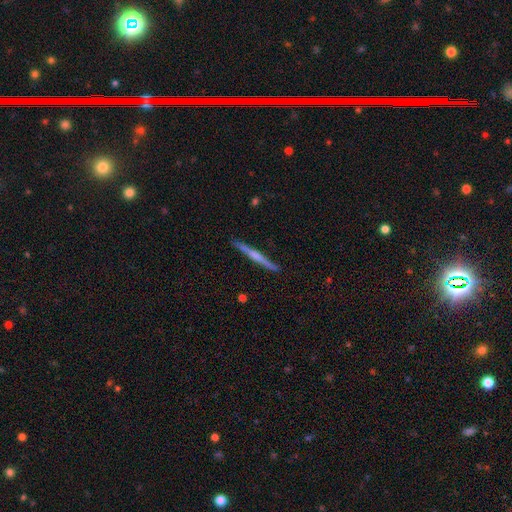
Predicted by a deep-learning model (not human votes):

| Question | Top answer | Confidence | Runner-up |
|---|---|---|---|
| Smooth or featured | featured or disk | 65% | smooth (29%) |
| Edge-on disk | yes | 98% | no (2%) |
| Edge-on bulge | rounded | 45% | none (39%) |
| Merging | none | 90% | minor disturbance (8%) |